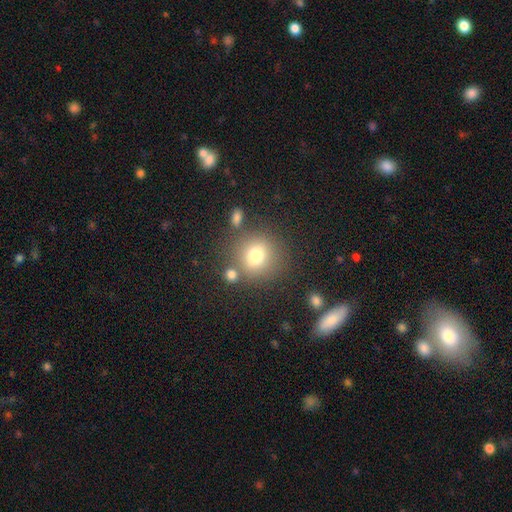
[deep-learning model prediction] Q: Smooth or featured?
A: smooth (75%); runner-up: star or artifact (13%)
Q: How rounded?
A: round (84%); runner-up: in between (15%)
Q: Merging?
A: none (73%); runner-up: minor disturbance (12%)